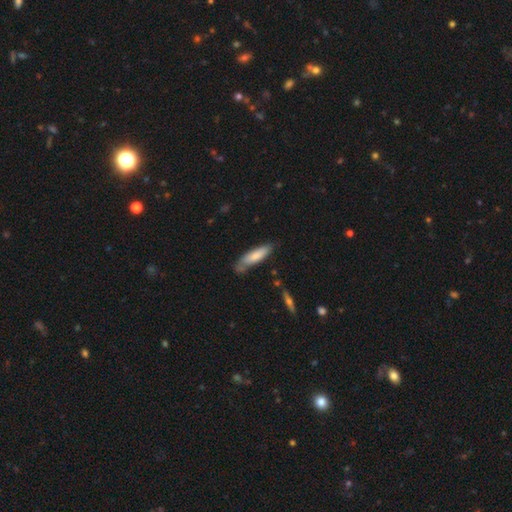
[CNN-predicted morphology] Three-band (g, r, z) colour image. It shows a smooth galaxy with no disk features (77%) that is cigar-shaped (63%). Merging: none (63%).